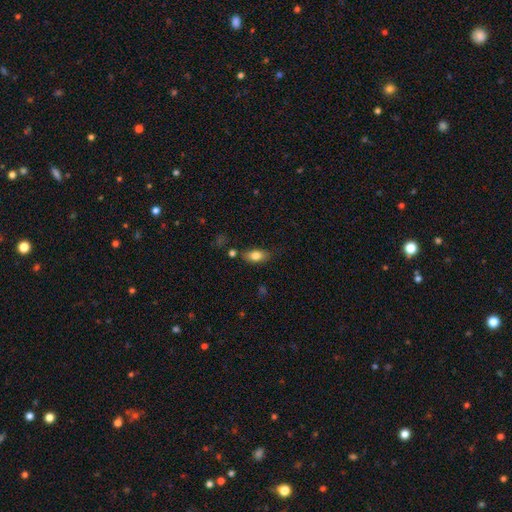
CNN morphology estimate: A smooth galaxy with no disk features (81%) that is in between round and cigar-shaped (87%).

Vote fractions:
- Smooth or featured? smooth: 81% / featured or disk: 11% / star or artifact: 8%
- How rounded? in between: 87% / round: 7% / cigar-shaped: 6%
- Merging? none: 76% / minor disturbance: 16% / merger: 5% / major disturbance: 4%